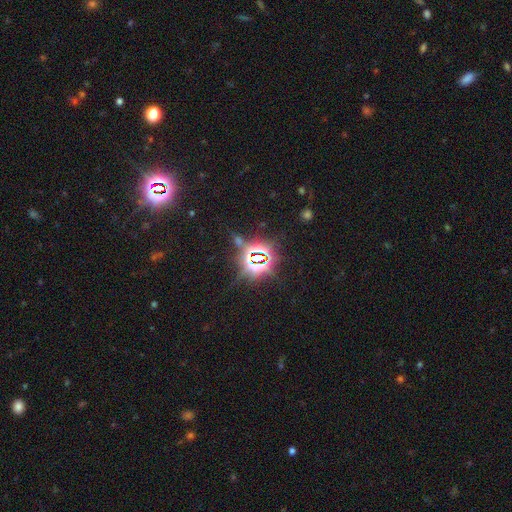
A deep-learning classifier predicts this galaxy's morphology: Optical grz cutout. It shows a star or artifact, not a galaxy (84%).